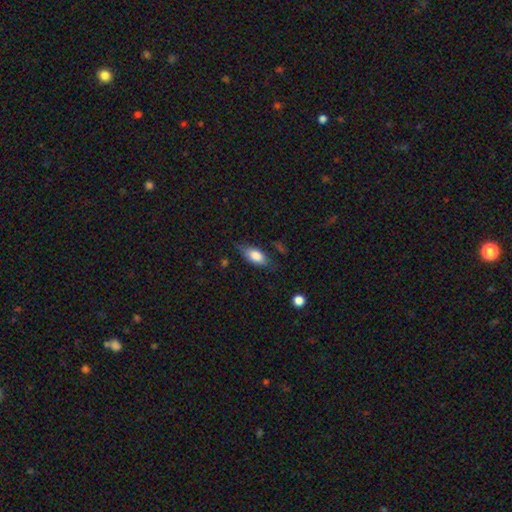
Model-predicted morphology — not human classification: This appears to be a smooth galaxy with no disk features (74%) that is in between round and cigar-shaped (84%). Merging: none (66%).